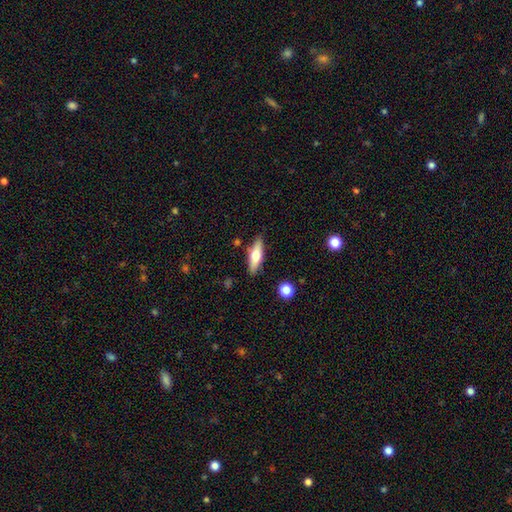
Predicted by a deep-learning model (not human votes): smooth 56%, featured or disk 38%, star or artifact 6%. Down the decision tree: how rounded — cigar-shaped (52%); merging — none (84%).